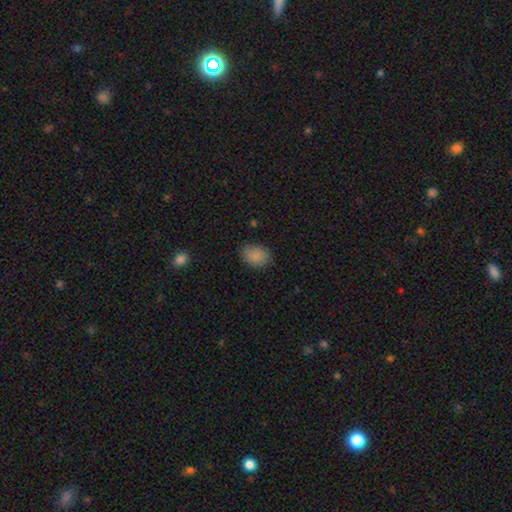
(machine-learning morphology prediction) Q: Smooth or featured?
A: smooth (86%); runner-up: star or artifact (8%)
Q: How rounded?
A: in between (62%); runner-up: round (37%)
Q: Merging?
A: none (82%); runner-up: minor disturbance (14%)